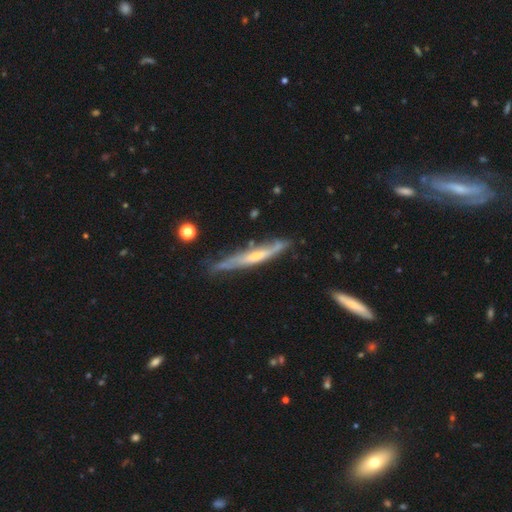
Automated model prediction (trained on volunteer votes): Q: Smooth or featured?
A: featured or disk (68%); runner-up: smooth (27%)
Q: Edge-on disk?
A: yes (86%); runner-up: no (14%)
Q: Edge-on bulge?
A: rounded (53%); runner-up: none (40%)
Q: Merging?
A: none (67%); runner-up: minor disturbance (25%)